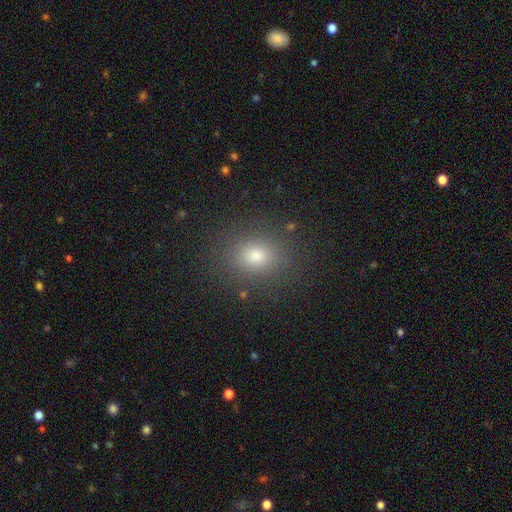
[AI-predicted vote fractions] This is likely a smooth galaxy (76%). How rounded: likely round (64%). Merging: clearly none (87%).